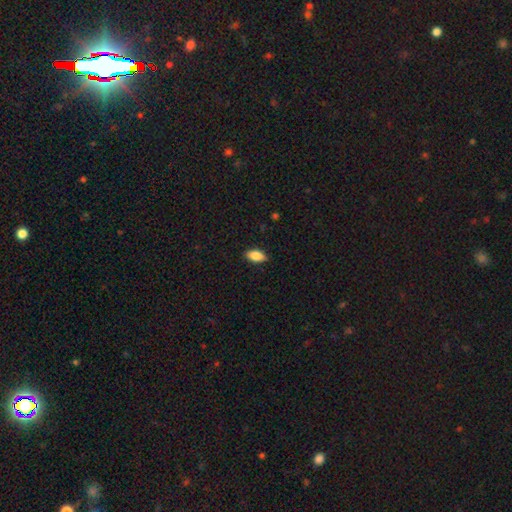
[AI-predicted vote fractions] Overall: smooth (82%). How rounded: in between (89%). Merging: none (87%).